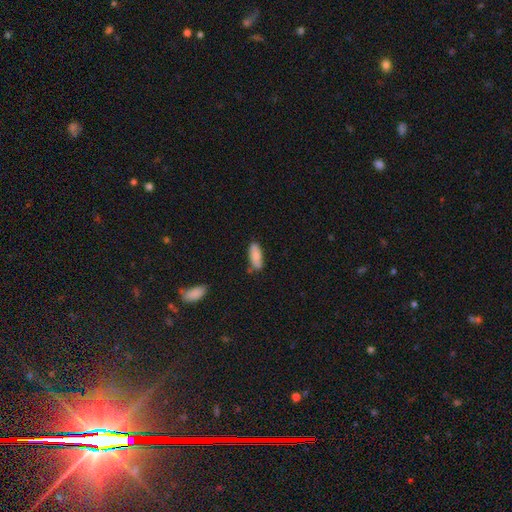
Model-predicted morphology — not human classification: The model was most divided on "merging": none: 72%, minor disturbance: 20%, merger: 5%, major disturbance: 4%. More confident: smooth or featured — smooth (78%); how rounded — in between (77%).